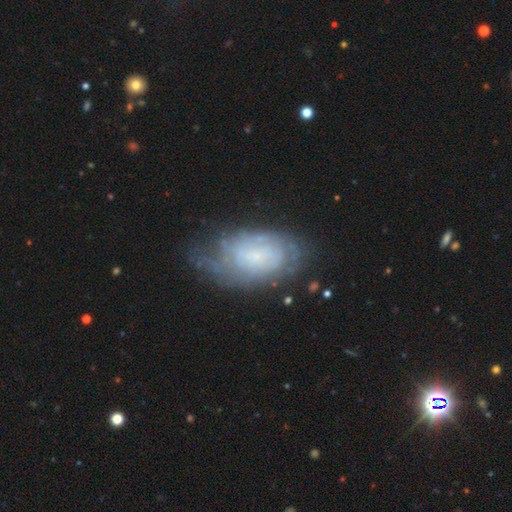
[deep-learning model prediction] smooth_or_featured: featured or disk (p=0.65) [alt: smooth p=0.26]
disk_edge_on: no (p=0.95) [alt: yes p=0.05]
bar: no (p=0.69) [alt: weak p=0.26]
has_spiral_arms: yes (p=0.80) [alt: no p=0.20]
spiral_winding: tight (p=0.65) [alt: medium p=0.25]
spiral_arm_count: can't tell (p=0.61) [alt: 2 p=0.17]
bulge_size: small (p=0.62) [alt: none p=0.18]
merging: none (p=0.59) [alt: minor disturbance p=0.26]